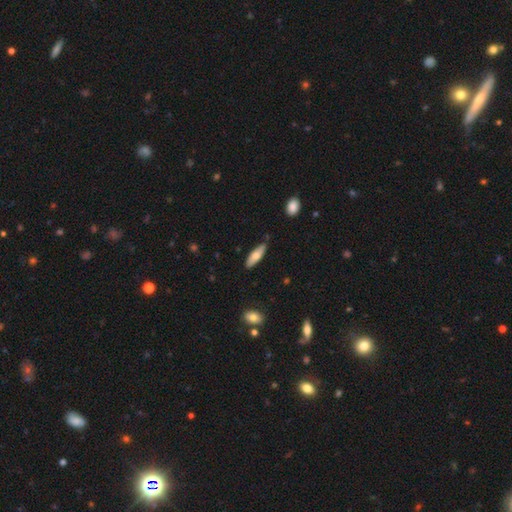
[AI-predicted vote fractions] Smooth or featured: smooth — 72% (featured or disk — 22%)
How rounded: cigar-shaped — 51% (in between — 47%)
Merging: none — 82% (minor disturbance — 14%)